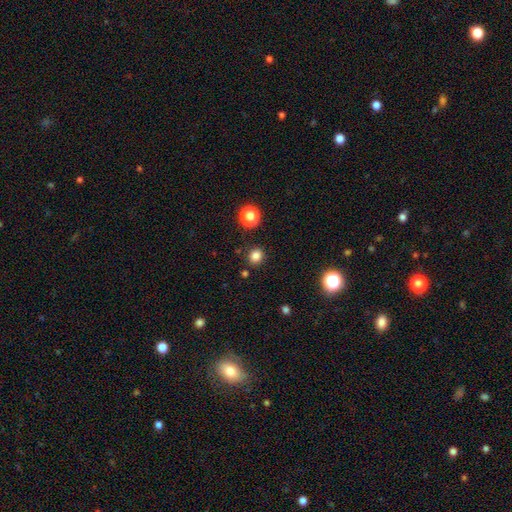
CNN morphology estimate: Smooth or featured? Predicted: smooth (p=0.82). How rounded? Predicted: round (p=0.81). Merging? Predicted: none (p=0.86).